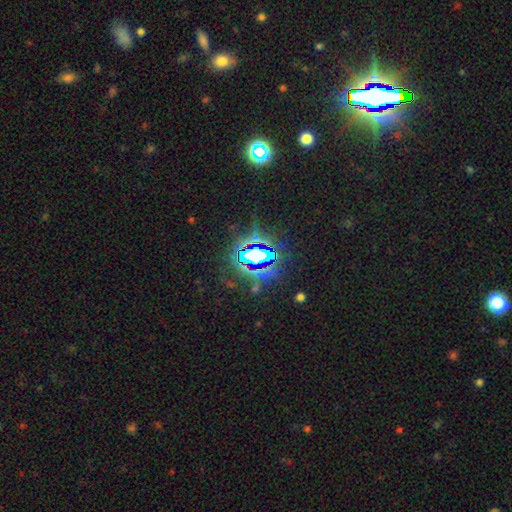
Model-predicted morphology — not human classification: Smooth or featured? Predicted: star or artifact (p=0.77).